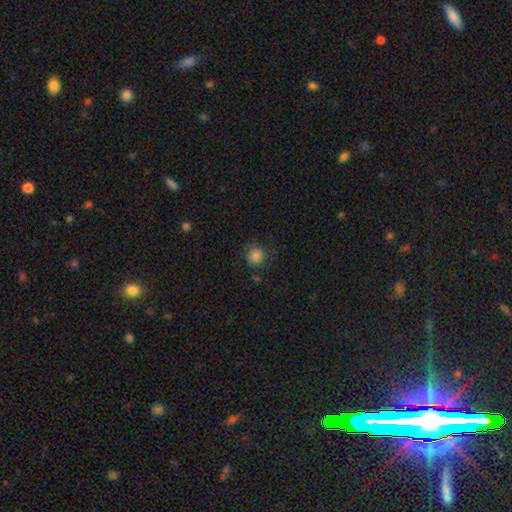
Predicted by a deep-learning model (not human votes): smooth-or-featured: smooth: 82% | star or artifact: 12% | featured or disk: 7%
  how-rounded: round: 88% | in between: 11% | cigar-shaped: 1%
  merging: none: 75% | minor disturbance: 16% | major disturbance: 6% | merger: 2%